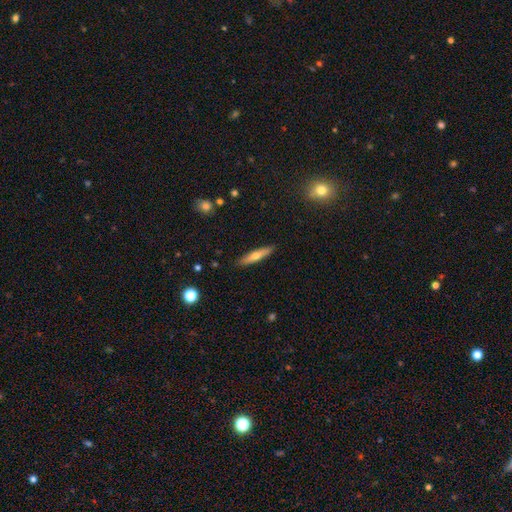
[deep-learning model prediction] Morphology: type=smooth (51%); roundness=cigar-shaped (87%); merging=none (90%).